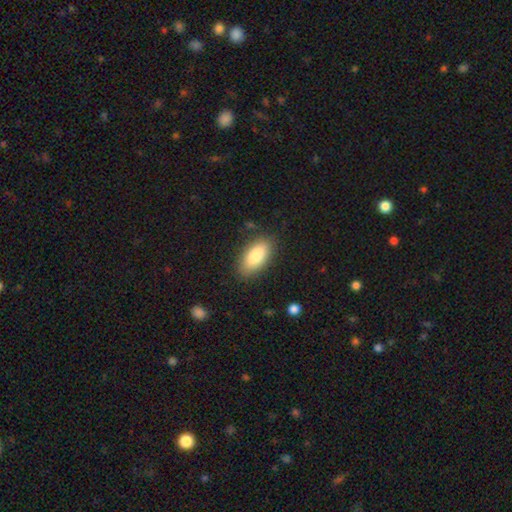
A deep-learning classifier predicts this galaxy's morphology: The model was most divided on "smooth or featured": smooth: 83%, featured or disk: 10%, star or artifact: 6%. More confident: how rounded — in between (90%); merging — none (85%).